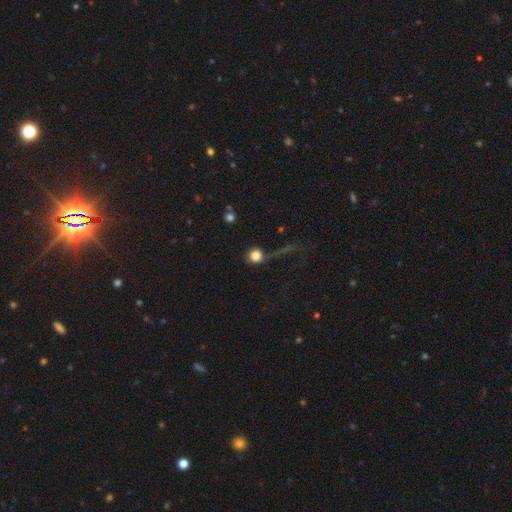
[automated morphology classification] Overall: smooth (78%). How rounded: round (89%). Merging: none (57%).